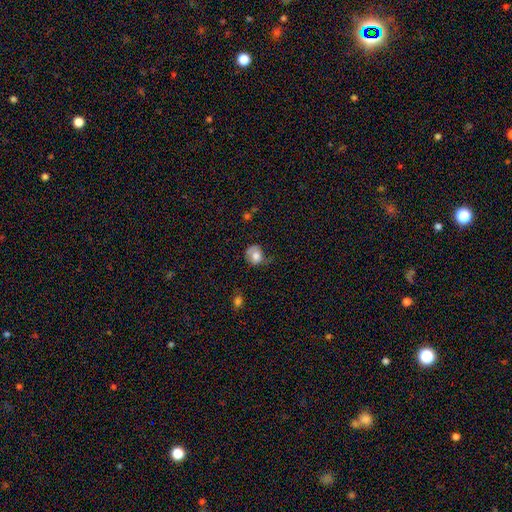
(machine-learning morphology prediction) This is likely a smooth galaxy (70%). How rounded: likely round (66%). Merging: marginally none (35%).